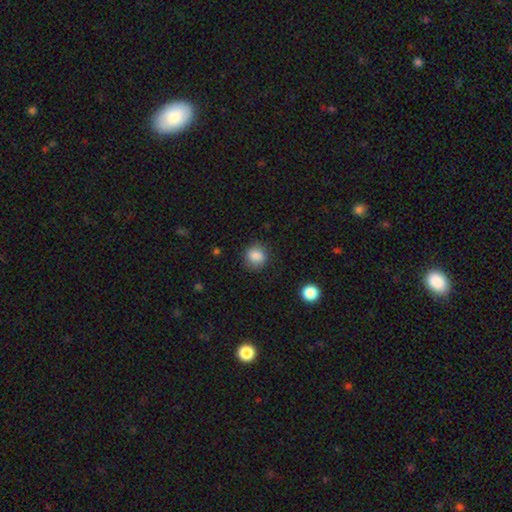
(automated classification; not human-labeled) Smooth or featured: smooth — 85% (star or artifact — 9%)
How rounded: round — 76% (in between — 23%)
Merging: none — 82% (minor disturbance — 13%)